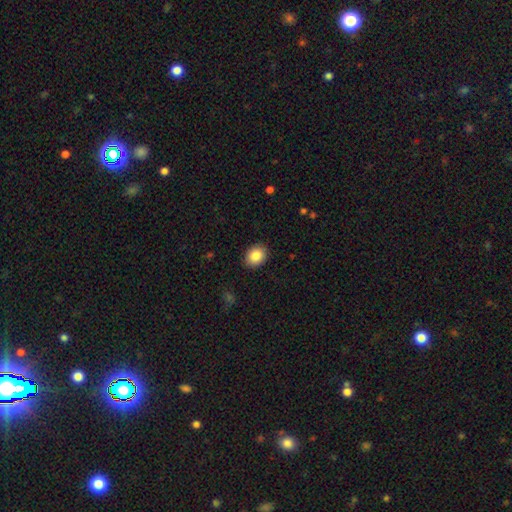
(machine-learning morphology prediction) A smooth galaxy with no disk features (86%) that is in between round and cigar-shaped (58%).

Vote fractions:
- Smooth or featured? smooth: 86% / star or artifact: 8% / featured or disk: 6%
- How rounded? in between: 58% / round: 41% / cigar-shaped: 1%
- Merging? none: 90% / minor disturbance: 7% / major disturbance: 2% / merger: 1%